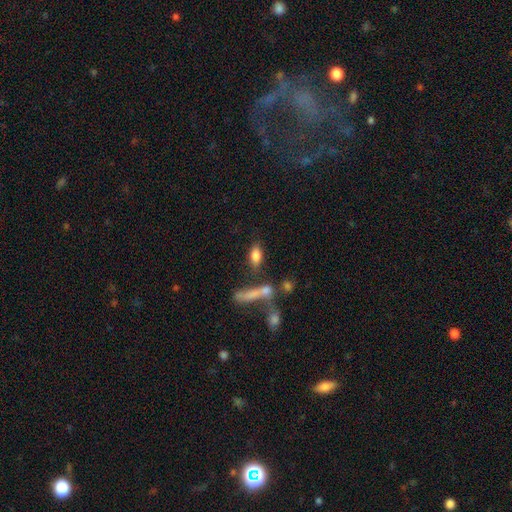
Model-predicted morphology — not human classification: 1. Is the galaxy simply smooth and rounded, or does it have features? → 80% smooth, 12% featured or disk, 8% star or artifact.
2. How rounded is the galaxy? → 81% in between, 13% cigar-shaped, 5% round.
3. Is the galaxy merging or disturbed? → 59% none, 20% merger, 13% minor disturbance, 8% major disturbance.